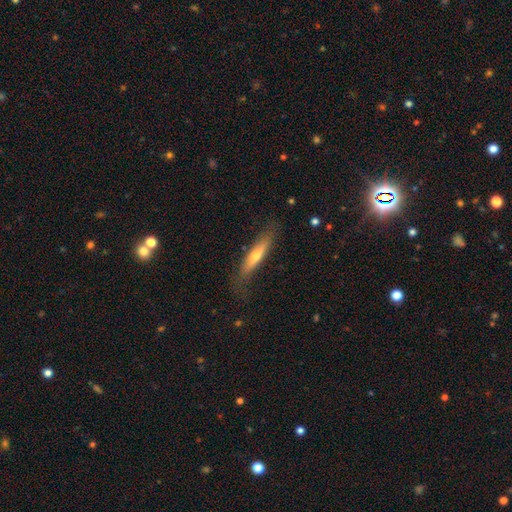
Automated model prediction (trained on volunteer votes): A smooth galaxy with no disk features (47%). Merging: none (76%).